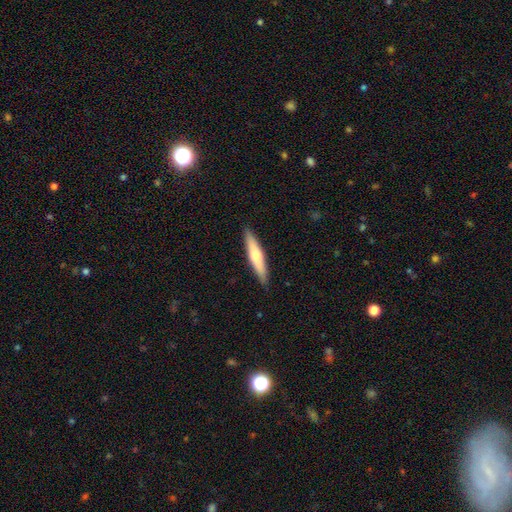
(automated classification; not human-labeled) This appears to be a smooth galaxy with no disk features (52%) that is cigar-shaped (88%). Merging: none (89%).